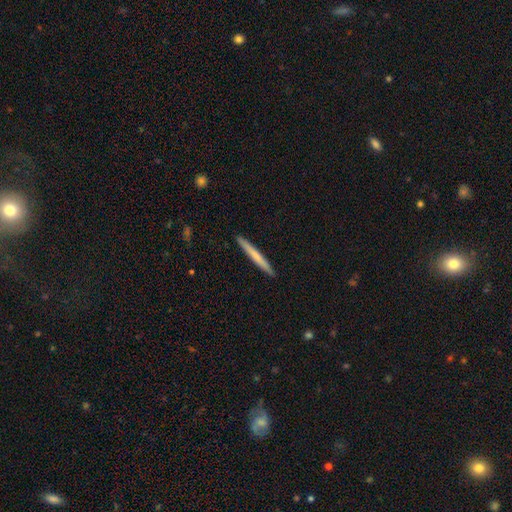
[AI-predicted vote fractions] A smooth galaxy with no disk features (64%) that is cigar-shaped (97%).

Vote fractions:
- Smooth or featured? smooth: 64% / featured or disk: 31% / star or artifact: 5%
- How rounded? cigar-shaped: 97% / in between: 2% / round: 1%
- Merging? none: 92% / minor disturbance: 5% / major disturbance: 1% / merger: 1%